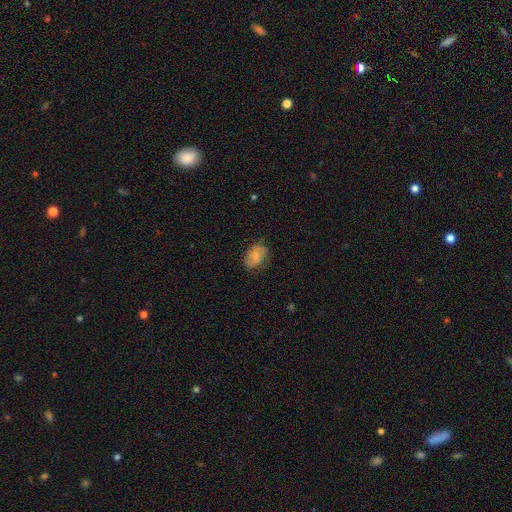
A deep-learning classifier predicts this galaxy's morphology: Smooth or featured: smooth — 47% (featured or disk — 46%)
Merging: none — 67% (minor disturbance — 24%)